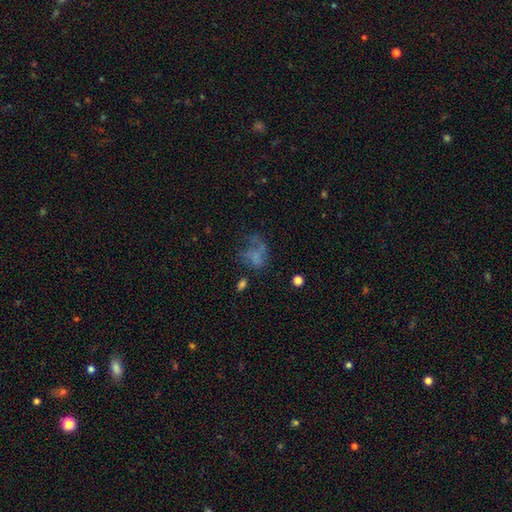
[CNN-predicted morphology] Overall: smooth (50%; featured or disk 32%). How rounded: in between (65%; round 33%). Merging: major disturbance (42%; none 32%).